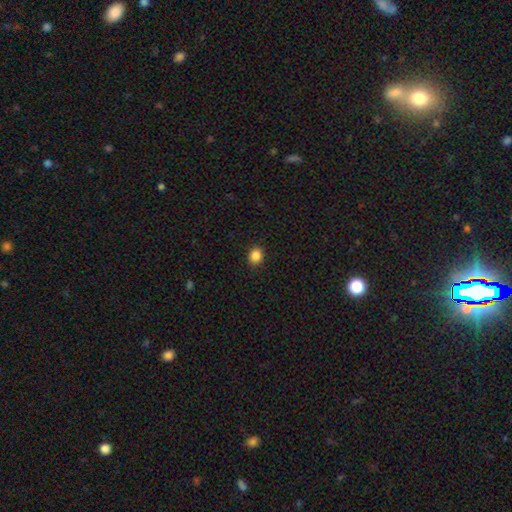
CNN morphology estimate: Smooth or featured?
  - smooth: 86% *
  - star or artifact: 10%
  - featured or disk: 3%
How rounded?
  - round: 65% *
  - in between: 34%
  - cigar-shaped: 1%
Merging?
  - none: 91% *
  - minor disturbance: 6%
  - major disturbance: 2%
  - merger: 1%